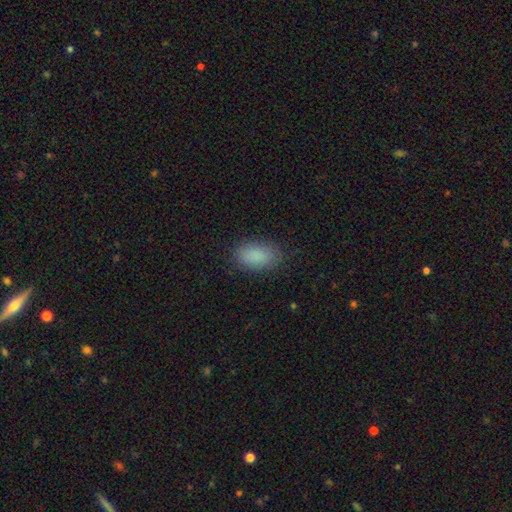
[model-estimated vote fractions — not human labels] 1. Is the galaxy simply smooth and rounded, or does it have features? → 88% smooth, 8% star or artifact, 4% featured or disk.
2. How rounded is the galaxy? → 93% in between, 5% round, 2% cigar-shaped.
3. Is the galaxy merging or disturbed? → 84% none, 12% minor disturbance, 3% major disturbance, 1% merger.